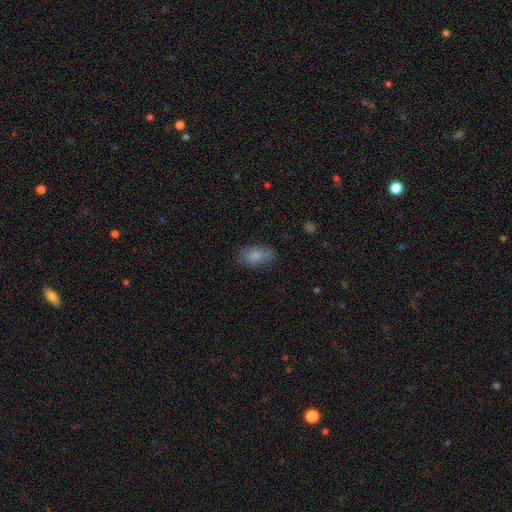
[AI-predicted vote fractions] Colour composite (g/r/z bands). It shows a smooth galaxy with no disk features (85%) that is in between round and cigar-shaped (91%). Merging: none (75%).